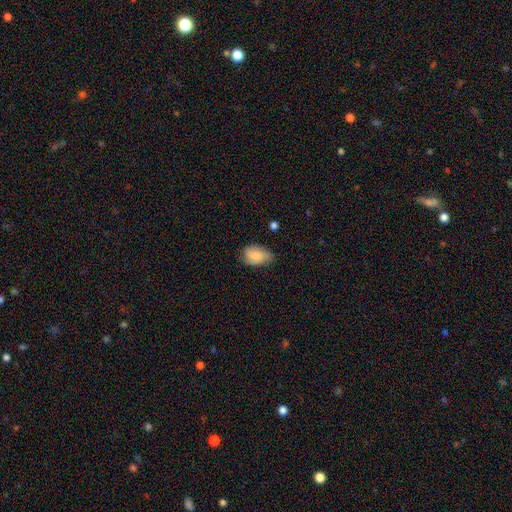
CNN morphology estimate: Smooth or featured? smooth (73%)
How rounded? in between (85%)
Merging? none (58%)